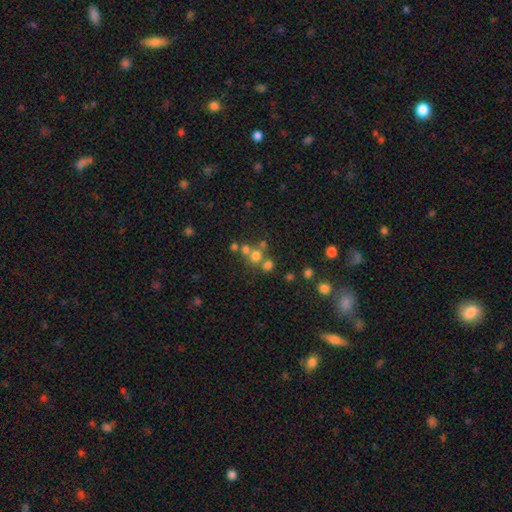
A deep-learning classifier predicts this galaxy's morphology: smooth-or-featured: smooth: 64% | star or artifact: 22% | featured or disk: 15%
  how-rounded: round: 85% | in between: 14% | cigar-shaped: 1%
  merging: none: 53% | merger: 35% | minor disturbance: 7% | major disturbance: 5%